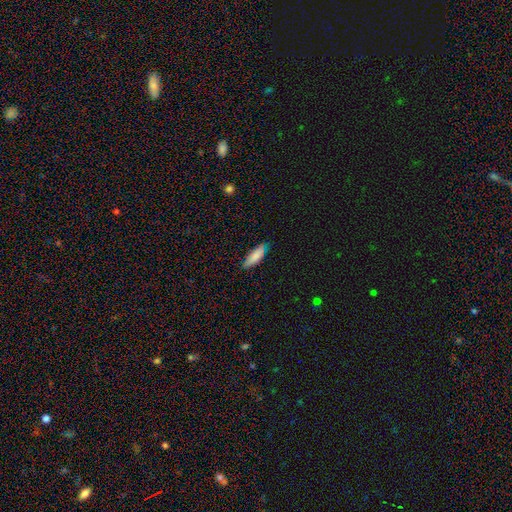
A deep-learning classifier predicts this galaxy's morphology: This is clearly a smooth galaxy (85%). How rounded: possibly in between (52%). Merging: clearly none (83%).